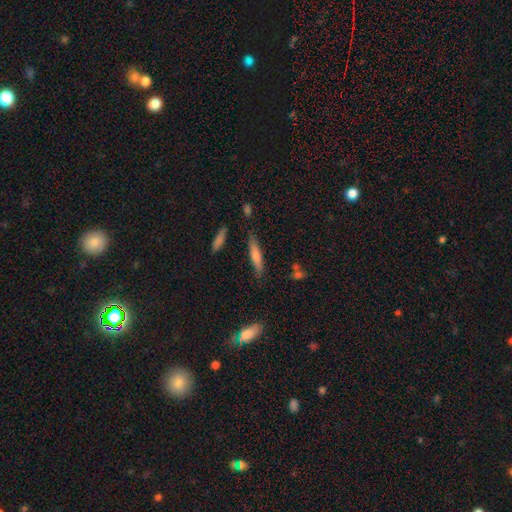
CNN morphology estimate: Overall: smooth (48%; featured or disk 42%). Merging: none (83%).